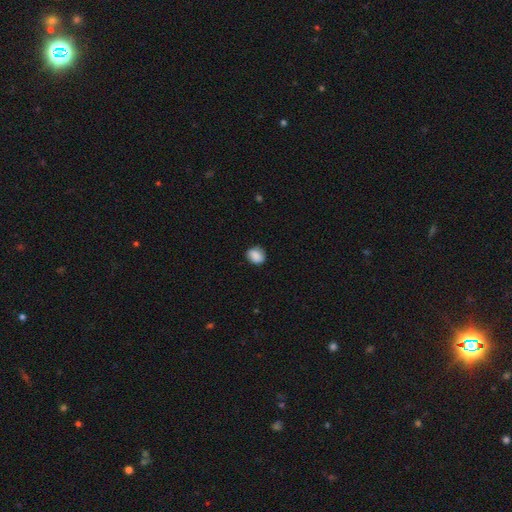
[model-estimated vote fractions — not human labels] smooth_or_featured: smooth (p=0.85) [alt: star or artifact p=0.08]
how_rounded: round (p=0.67) [alt: in between p=0.32]
merging: none (p=0.82) [alt: minor disturbance p=0.14]